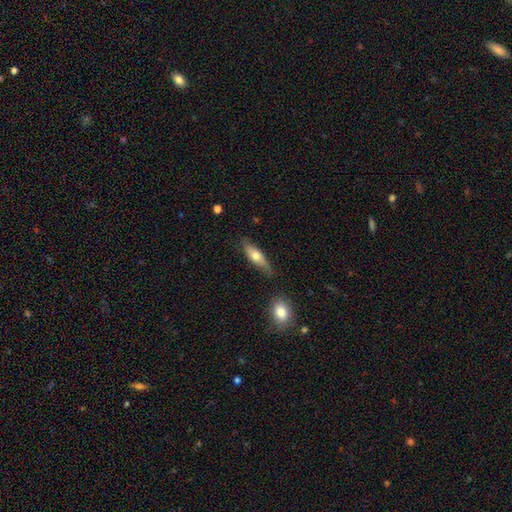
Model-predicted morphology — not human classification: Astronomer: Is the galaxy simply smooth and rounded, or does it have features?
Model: smooth — 65%.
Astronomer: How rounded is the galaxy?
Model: in between — 52% (runner-up: cigar-shaped, 46%).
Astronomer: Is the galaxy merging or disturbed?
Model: none — 74%.